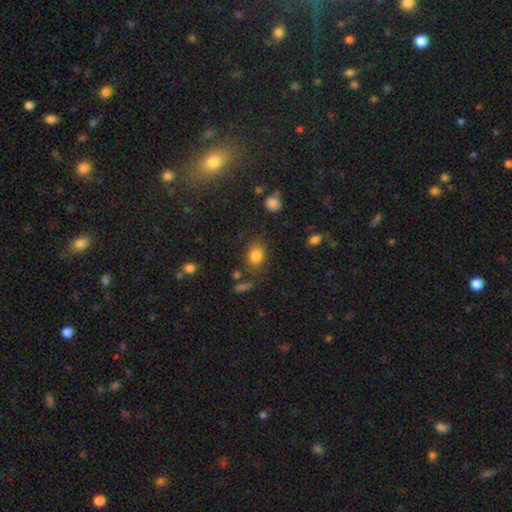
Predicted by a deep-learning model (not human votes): smooth-or-featured: smooth: 83% | star or artifact: 10% | featured or disk: 7%
  how-rounded: in between: 69% | round: 29% | cigar-shaped: 1%
  merging: none: 73% | minor disturbance: 17% | major disturbance: 6% | merger: 5%